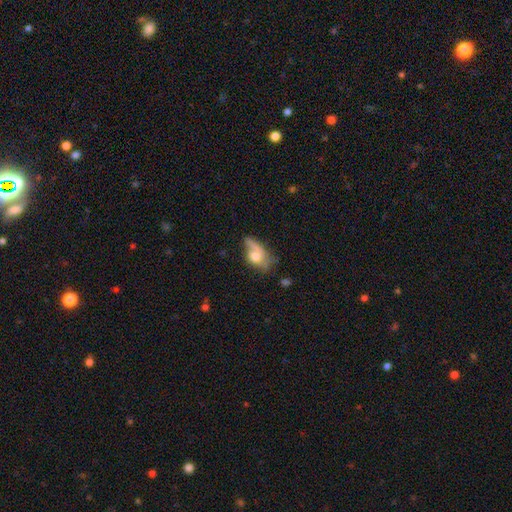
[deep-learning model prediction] Smooth or featured? smooth (60%)
How rounded? in between (74%)
Merging? major disturbance (31%)